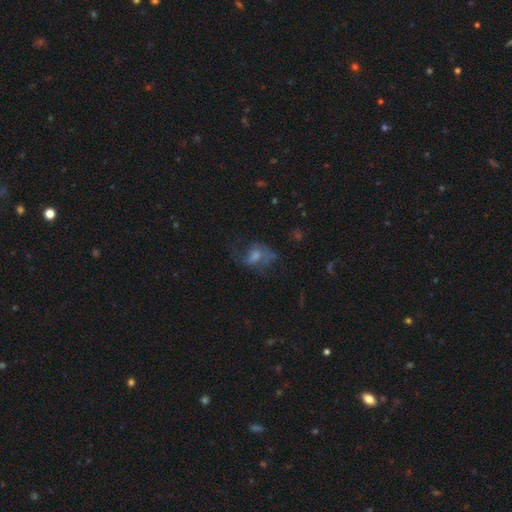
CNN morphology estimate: A featured or disk galaxy (51%). Merging: none (40%).